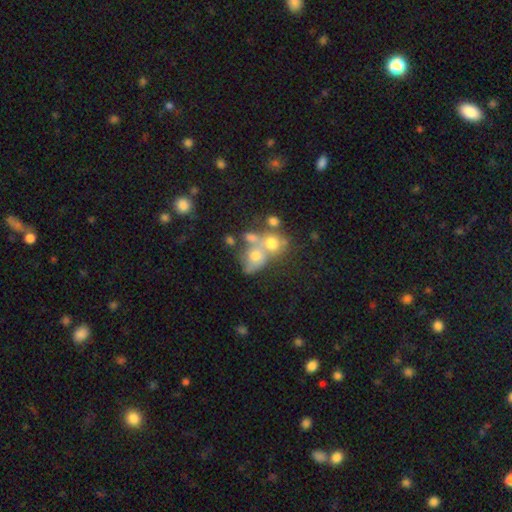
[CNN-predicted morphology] Smooth or featured: smooth — 54% (featured or disk — 31%)
How rounded: round — 51% (in between — 48%)
Merging: merger — 58% (none — 22%)